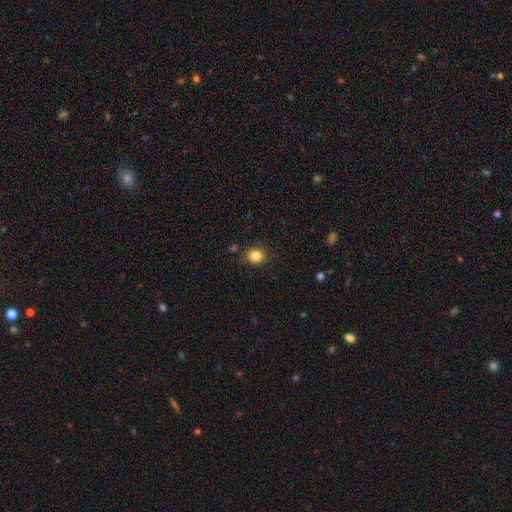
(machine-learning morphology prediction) Smooth or featured? smooth (83%)
How rounded? round (81%)
Merging? none (86%)